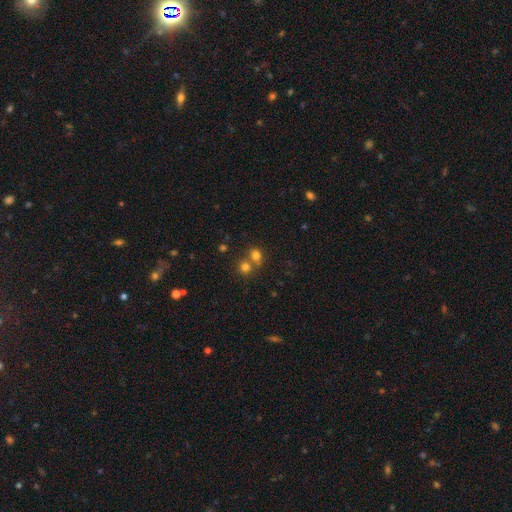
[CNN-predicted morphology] Overall: smooth (76%). How rounded: round (64%; in between 35%). Merging: none (45%; merger 44%).